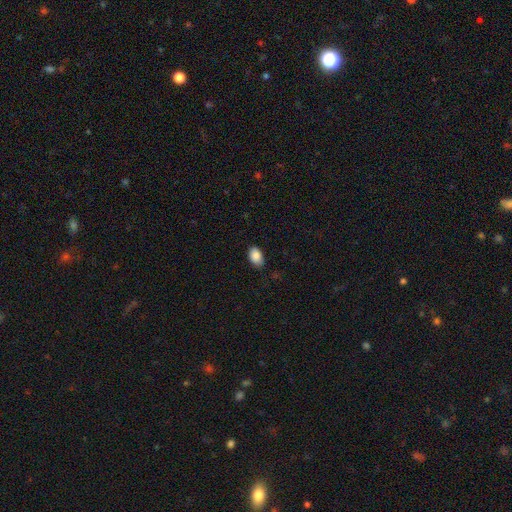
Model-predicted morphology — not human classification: smooth 88%, star or artifact 7%, featured or disk 5%. Down the decision tree: how rounded — in between (90%); merging — none (80%).